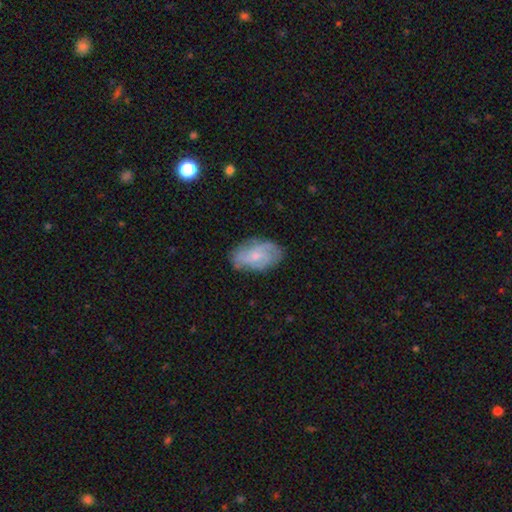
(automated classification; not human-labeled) A featured or disk galaxy (57%) with no bar (69%), spiral arms (82%) and a small central bulge (66%). Merging: none (73%).